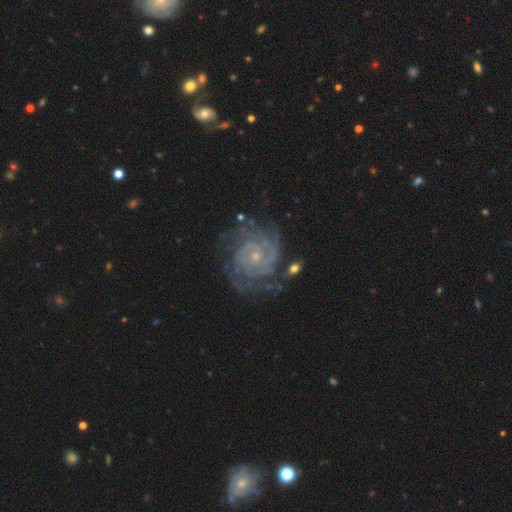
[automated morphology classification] The model was most divided on "spiral arm count": 2: 29%, can't tell: 23%, 3: 20%, 4: 14%, more than 4: 8%, 1: 6%. More confident: edge-on disk — no (98%); spiral arms — yes (97%); smooth or featured — featured or disk (89%); bulge size — small (79%); bar — no (75%); spiral winding — tight (74%); merging — none (69%).